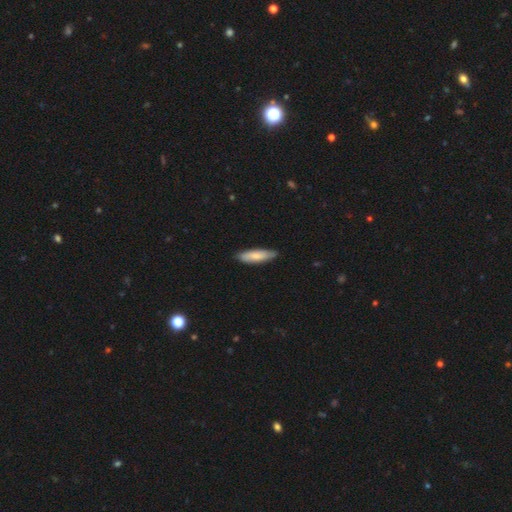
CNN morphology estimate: Overall: smooth (77%). How rounded: cigar-shaped (60%; in between 39%). Merging: none (84%).